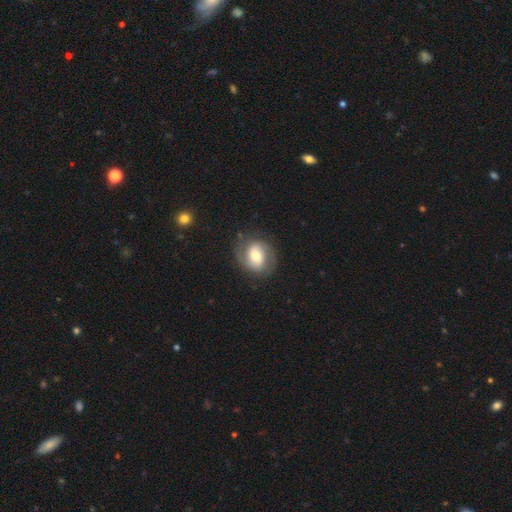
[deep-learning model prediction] featured or disk 63%, smooth 30%, star or artifact 7%. Down the decision tree: edge-on disk — no (97%); bar — no (39%, tied with weak); spiral arms — yes (85%); spiral arm count — 2 (87%); spiral winding — medium (47%); bulge size — moderate (61%); merging — none (77%).